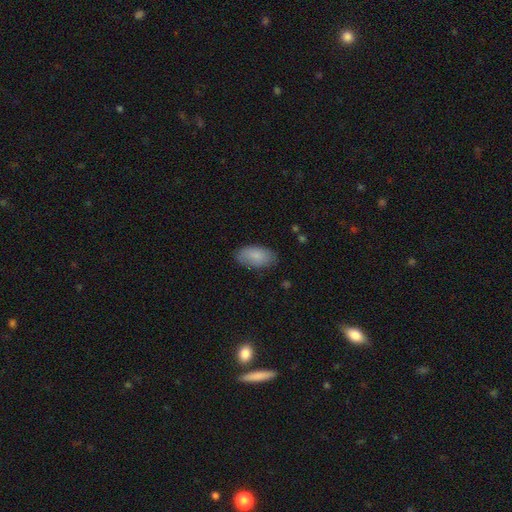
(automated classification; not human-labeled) Smooth or featured? smooth (85%)
How rounded? in between (94%)
Merging? none (81%)